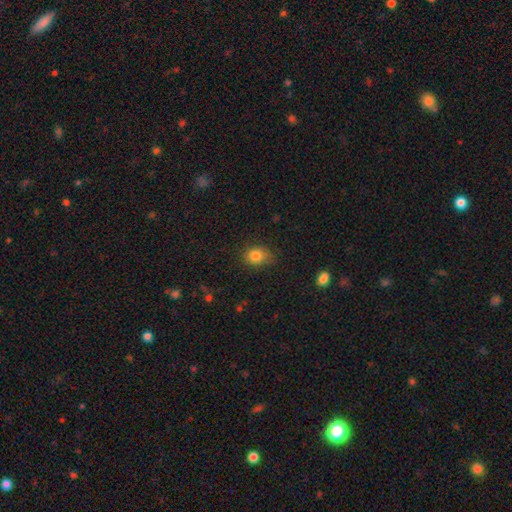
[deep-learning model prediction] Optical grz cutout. It shows a smooth galaxy with no disk features (82%) that is round (53%). Merging: none (74%).